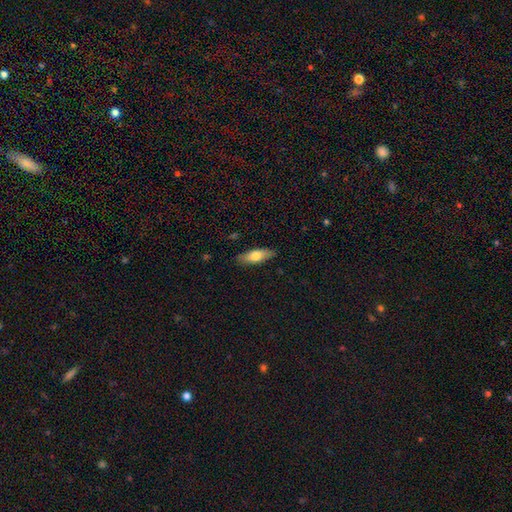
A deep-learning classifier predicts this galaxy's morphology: This appears to be a smooth galaxy with no disk features (70%) that is in between round and cigar-shaped (60%). Merging: none (87%).